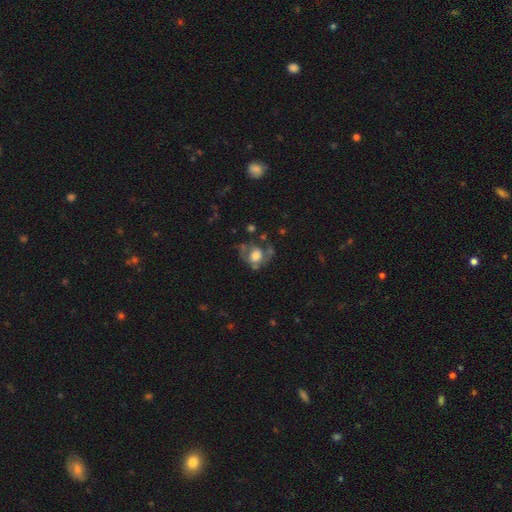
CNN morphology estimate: Smooth or featured?
  - smooth: 46% *
  - featured or disk: 45%
  - star or artifact: 9%
Merging?
  - none: 40% *
  - major disturbance: 28%
  - minor disturbance: 24%
  - merger: 8%